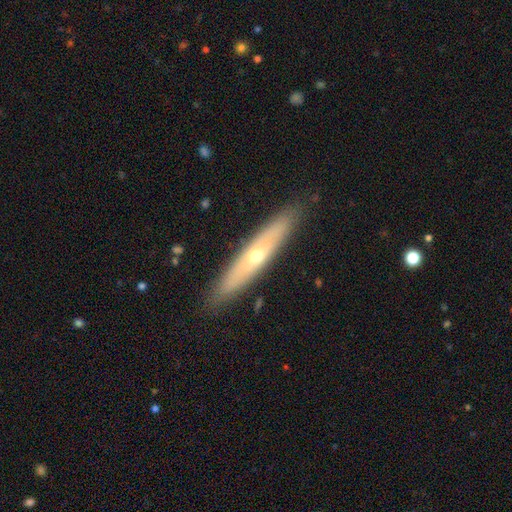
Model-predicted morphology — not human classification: Smooth or featured? Predicted: featured or disk (p=0.53). Edge-on disk? Predicted: yes (p=0.77). Merging? Predicted: none (p=0.89).